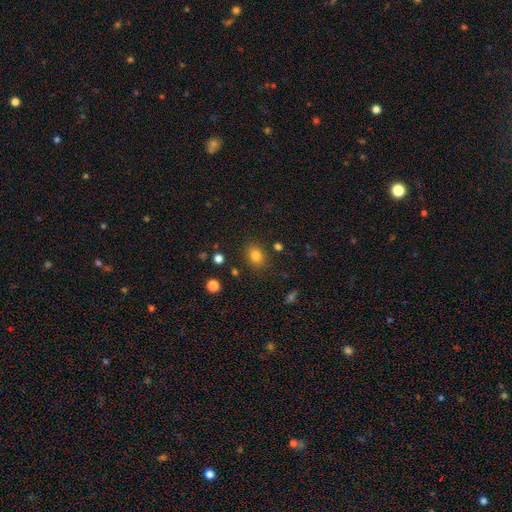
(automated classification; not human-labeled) smooth 80%, star or artifact 13%, featured or disk 7%. Down the decision tree: how rounded — round (50%); merging — none (85%).